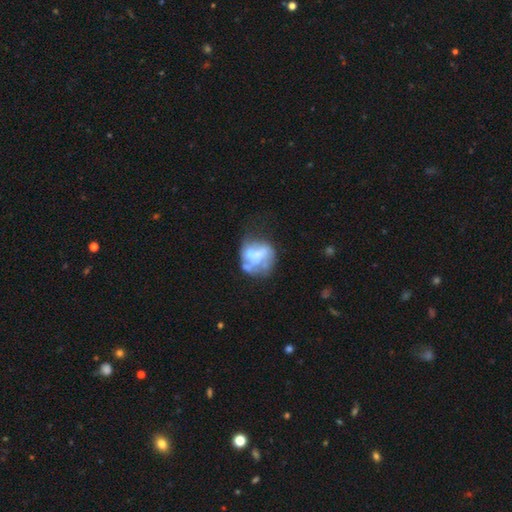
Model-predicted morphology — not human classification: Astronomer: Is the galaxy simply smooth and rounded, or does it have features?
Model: featured or disk — 58%.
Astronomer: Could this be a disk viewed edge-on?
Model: no — 98%.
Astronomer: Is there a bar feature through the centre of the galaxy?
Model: no — 74%.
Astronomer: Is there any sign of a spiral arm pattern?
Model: no — 66%.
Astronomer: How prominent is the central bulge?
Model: none — 51%.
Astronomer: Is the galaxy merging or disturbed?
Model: none — 39% (runner-up: major disturbance, 29%).